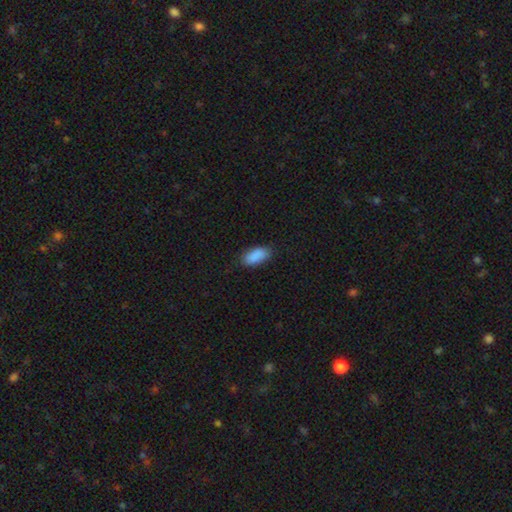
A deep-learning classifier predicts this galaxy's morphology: The model was most divided on "merging": none: 82%, minor disturbance: 14%, major disturbance: 3%, merger: 1%. More confident: smooth or featured — smooth (89%); how rounded — in between (89%).